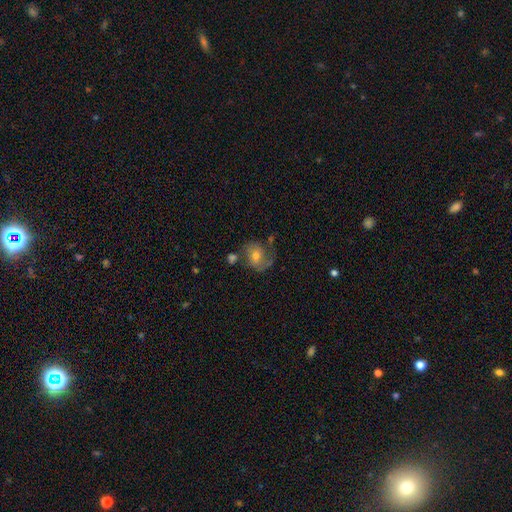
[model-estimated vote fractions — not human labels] smooth_or_featured: featured or disk (p=0.54) [alt: smooth p=0.38]
disk_edge_on: no (p=0.97) [alt: yes p=0.03]
bar: no (p=0.57) [alt: weak p=0.36]
has_spiral_arms: yes (p=0.80) [alt: no p=0.20]
bulge_size: moderate (p=0.59) [alt: small p=0.32]
merging: none (p=0.49) [alt: minor disturbance p=0.23]